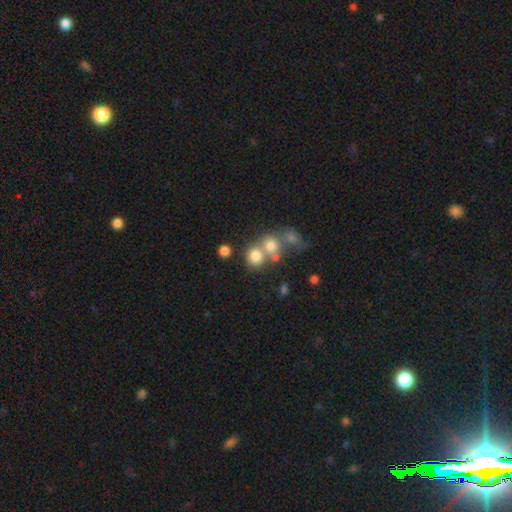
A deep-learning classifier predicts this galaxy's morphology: smooth-or-featured: smooth: 75% | star or artifact: 14% | featured or disk: 11%
  how-rounded: round: 82% | in between: 17% | cigar-shaped: 1%
  merging: none: 47% | merger: 40% | minor disturbance: 8% | major disturbance: 5%